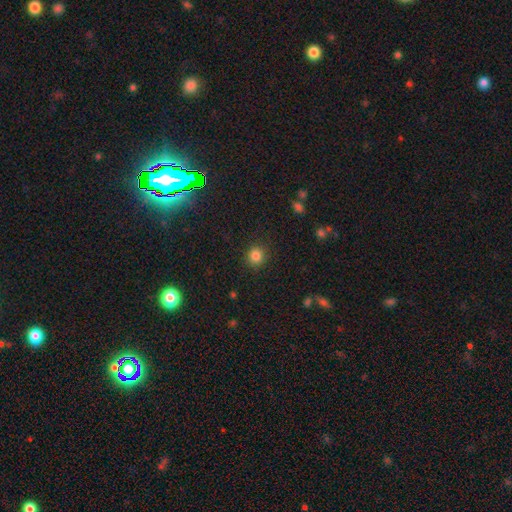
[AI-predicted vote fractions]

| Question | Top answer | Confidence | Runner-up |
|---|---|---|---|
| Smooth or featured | smooth | 83% | star or artifact (12%) |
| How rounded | round | 90% | in between (9%) |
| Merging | none | 89% | minor disturbance (7%) |